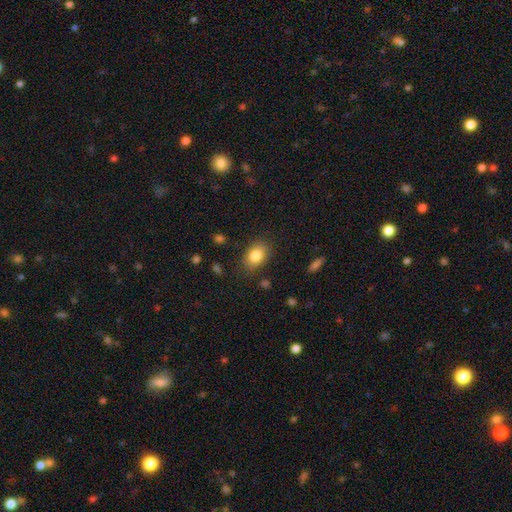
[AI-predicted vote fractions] The model was most divided on "how rounded": in between: 81%, round: 17%, cigar-shaped: 1%. More confident: smooth or featured — smooth (83%); merging — none (82%).